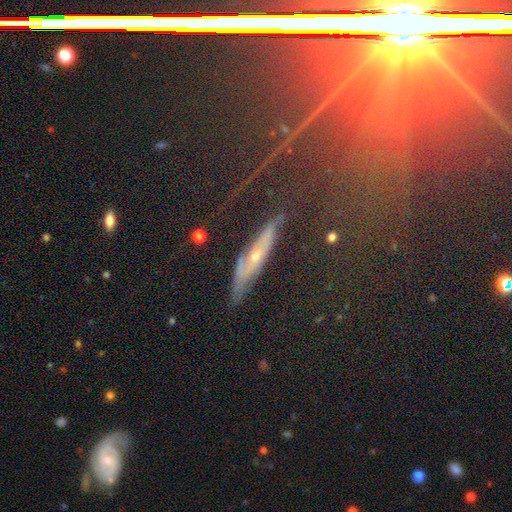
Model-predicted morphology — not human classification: Smooth or featured: featured or disk — 50% (star or artifact — 25%)
Edge-on disk: yes — 52% (no — 48%)
Merging: none — 72% (minor disturbance — 19%)